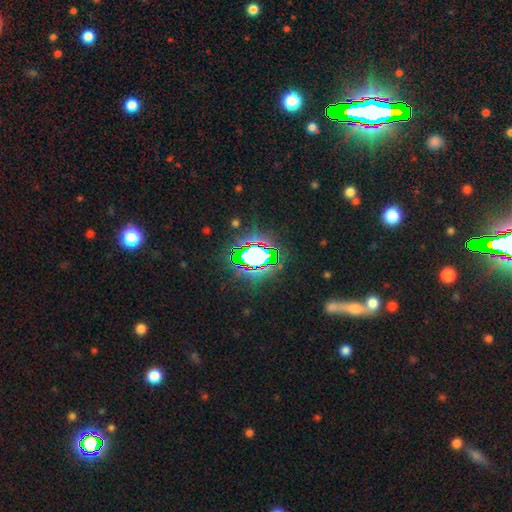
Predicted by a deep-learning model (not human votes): This appears to be a star or artifact, not a galaxy (75%).